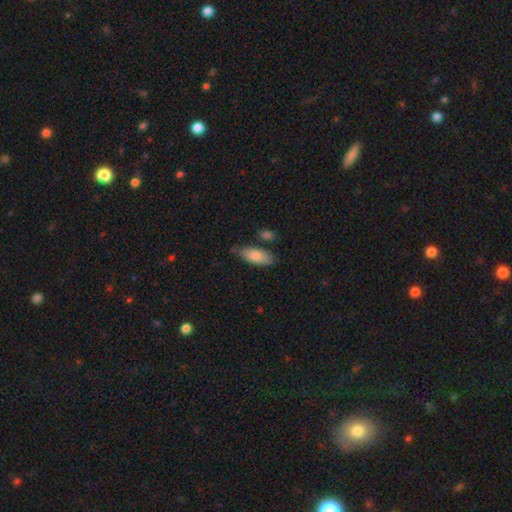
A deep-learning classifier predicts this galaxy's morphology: smooth-or-featured: smooth: 80% | featured or disk: 14% | star or artifact: 6%
  how-rounded: in between: 85% | cigar-shaped: 12% | round: 2%
  merging: none: 67% | minor disturbance: 22% | merger: 8% | major disturbance: 4%